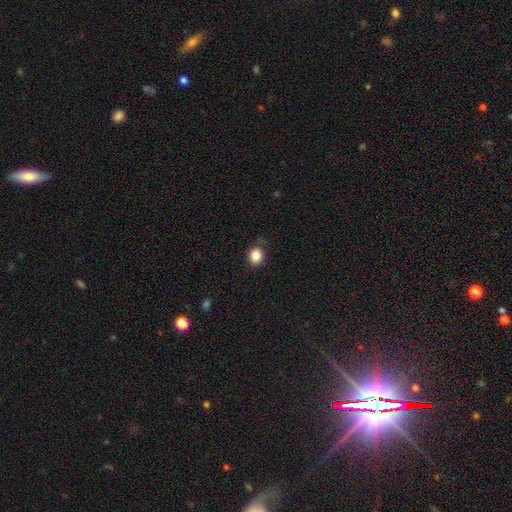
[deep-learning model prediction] A smooth galaxy with no disk features (86%) that is round (65%). Merging: none (79%).